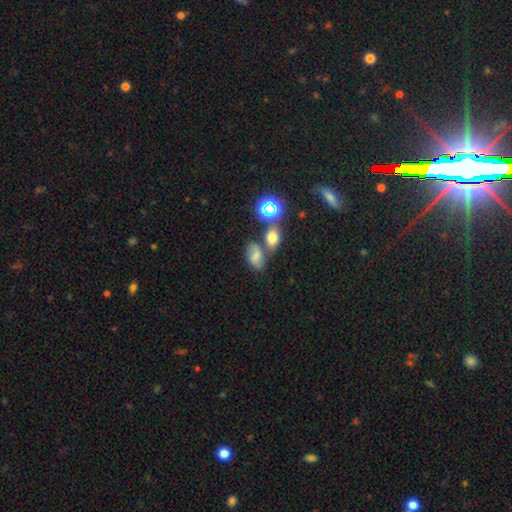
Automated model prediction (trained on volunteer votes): Morphology: type=smooth (58%); roundness=in between (80%); merging=none (45%).